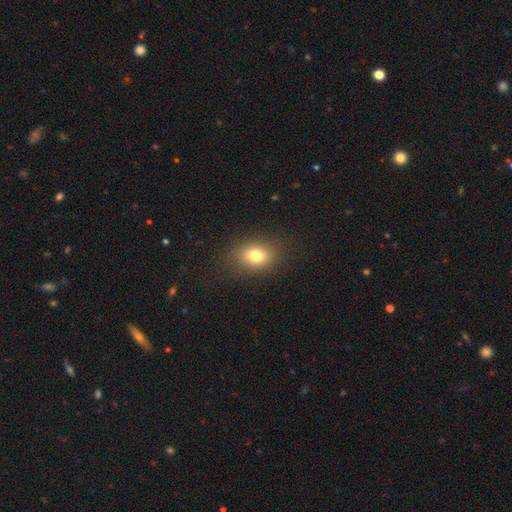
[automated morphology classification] type=smooth (77%); roundness=in between (65%); merging=none (84%).